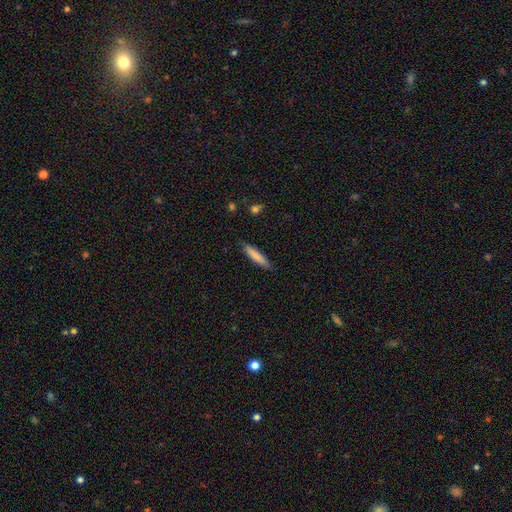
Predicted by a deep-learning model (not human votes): Q: Smooth or featured?
A: smooth (82%); runner-up: featured or disk (12%)
Q: How rounded?
A: cigar-shaped (89%); runner-up: in between (10%)
Q: Merging?
A: none (87%); runner-up: minor disturbance (10%)